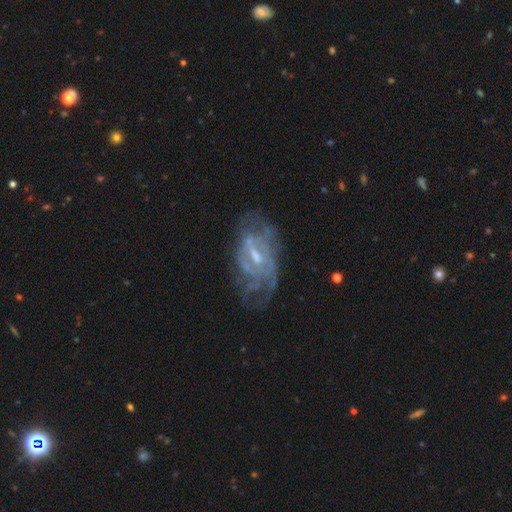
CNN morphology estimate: This is likely a featured or disk galaxy (79%). It is clearly not viewed edge-on (94%). Bar: possibly weak (54%). Spiral arm pattern: likely yes (72%). Spiral arm count: possibly can't tell (57%). Spiral winding: marginally tight (45%). Central bulge: possibly small (45%). Merging: possibly none (51%).